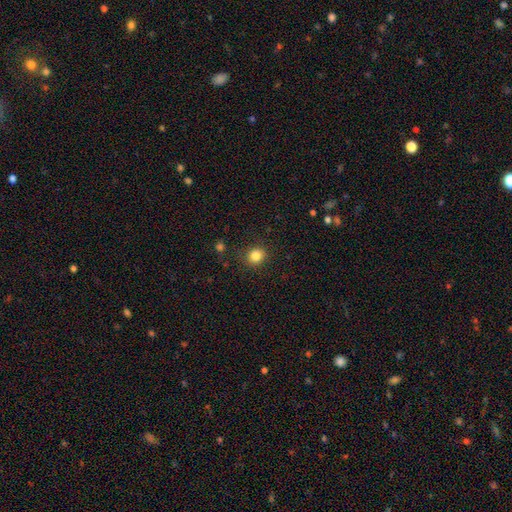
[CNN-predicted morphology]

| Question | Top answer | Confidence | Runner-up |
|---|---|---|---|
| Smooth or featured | smooth | 84% | star or artifact (11%) |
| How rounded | round | 82% | in between (18%) |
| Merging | none | 86% | minor disturbance (9%) |